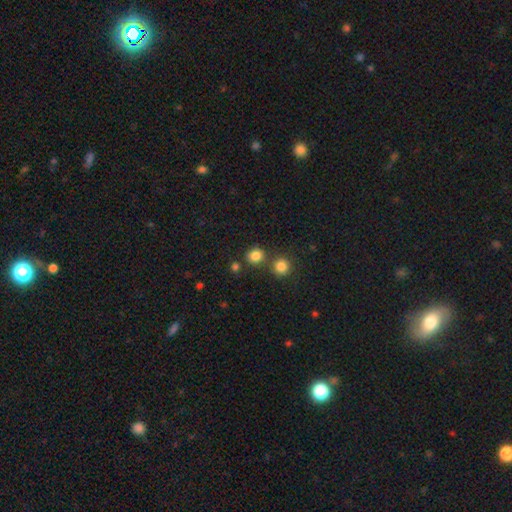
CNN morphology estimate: smooth-or-featured: smooth: 82% | star or artifact: 13% | featured or disk: 5%
  how-rounded: round: 83% | in between: 16% | cigar-shaped: 1%
  merging: none: 73% | merger: 16% | minor disturbance: 8% | major disturbance: 3%